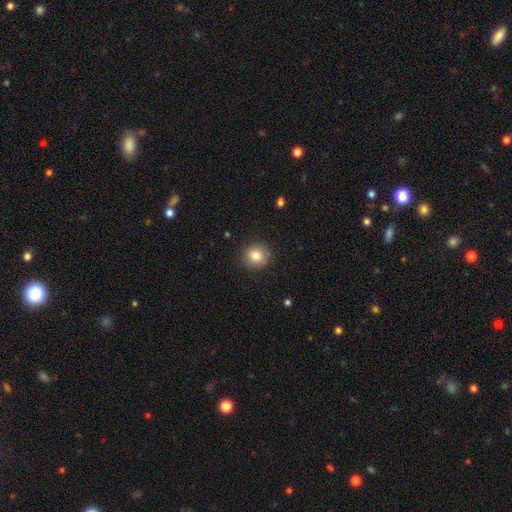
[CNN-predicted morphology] A smooth galaxy with no disk features (83%) that is round (90%).

Vote fractions:
- Smooth or featured? smooth: 83% / star or artifact: 10% / featured or disk: 7%
- How rounded? round: 90% / in between: 9% / cigar-shaped: 1%
- Merging? none: 89% / minor disturbance: 8% / major disturbance: 2% / merger: 1%